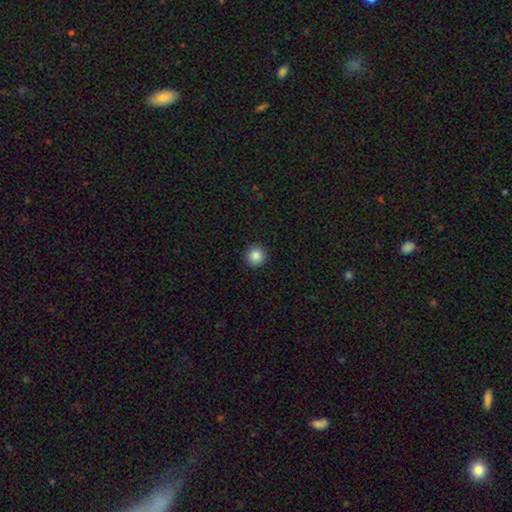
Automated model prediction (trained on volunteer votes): Overall: smooth (86%). How rounded: round (95%). Merging: none (93%).